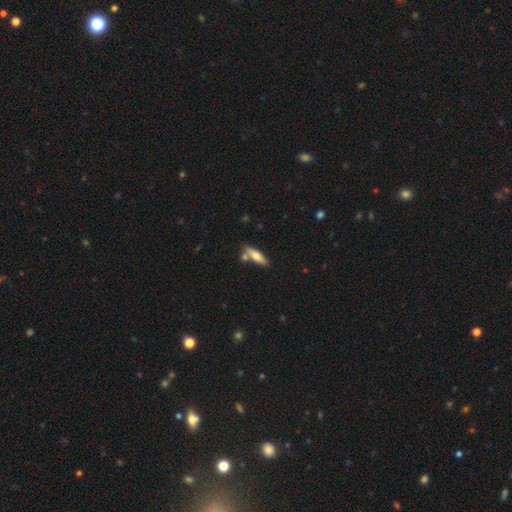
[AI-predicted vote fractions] Smooth or featured: smooth — 61% (featured or disk — 32%)
How rounded: cigar-shaped — 58% (in between — 39%)
Merging: none — 68% (merger — 16%)